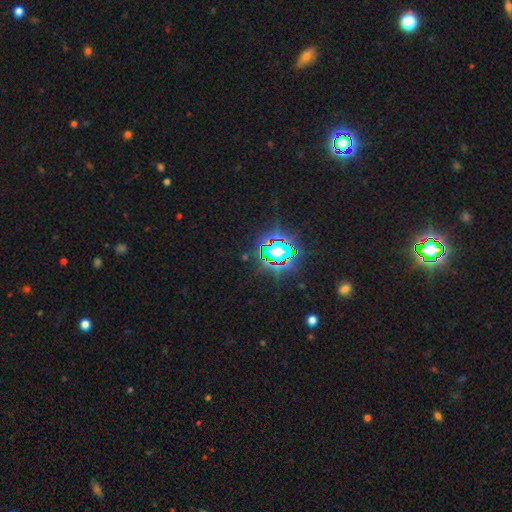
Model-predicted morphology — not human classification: Overall: star or artifact (83%).